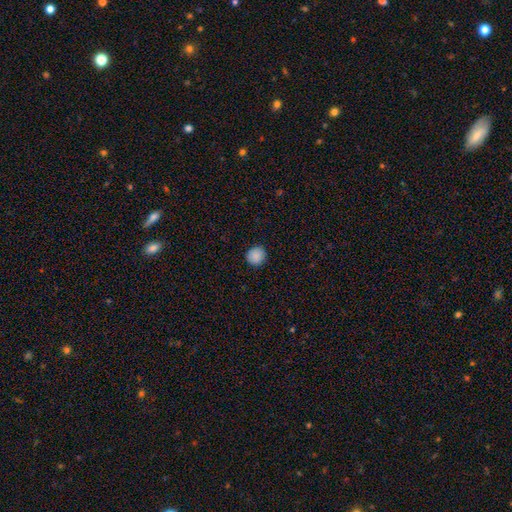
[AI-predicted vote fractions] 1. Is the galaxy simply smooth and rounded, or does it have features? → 88% smooth, 9% star or artifact, 3% featured or disk.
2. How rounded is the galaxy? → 91% round, 8% in between, 1% cigar-shaped.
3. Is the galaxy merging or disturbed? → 90% none, 7% minor disturbance, 2% major disturbance, 1% merger.